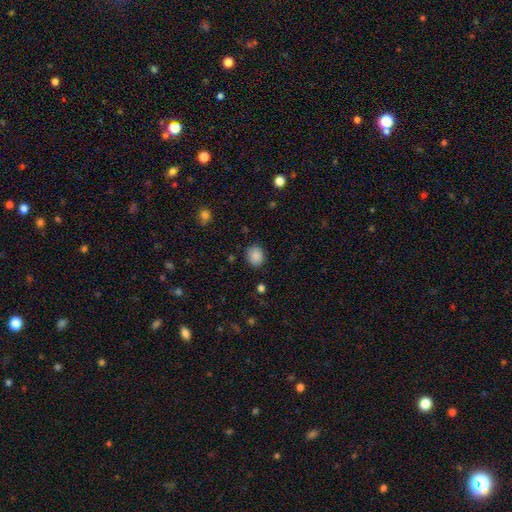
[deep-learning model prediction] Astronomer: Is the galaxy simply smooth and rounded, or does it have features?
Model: smooth — 87%.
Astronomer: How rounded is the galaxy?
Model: round — 62% (runner-up: in between, 37%).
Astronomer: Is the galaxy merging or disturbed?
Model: none — 86%.